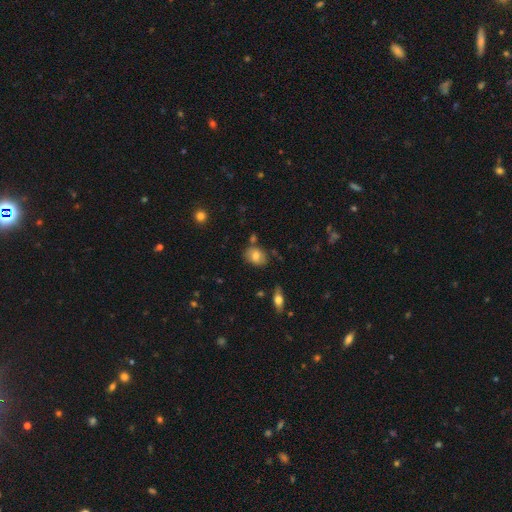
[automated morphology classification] The model was most divided on "how rounded": in between: 66%, round: 32%, cigar-shaped: 2%. More confident: smooth or featured — smooth (75%); merging — none (73%).